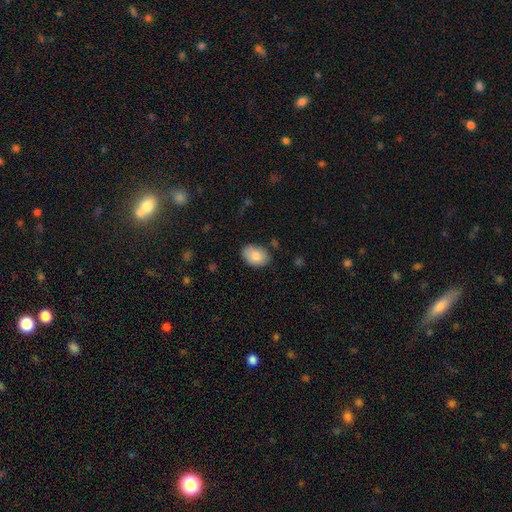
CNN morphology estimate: smooth_or_featured: smooth (p=0.83) [alt: featured or disk p=0.10]
how_rounded: in between (p=0.85) [alt: round p=0.14]
merging: none (p=0.79) [alt: minor disturbance p=0.16]